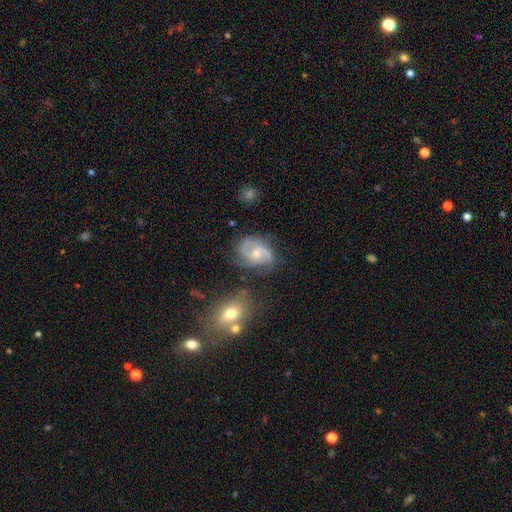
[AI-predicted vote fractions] Smooth or featured? Predicted: featured or disk (p=0.79). Edge-on disk? Predicted: no (p=0.97). Bar? Predicted: no (p=0.56). Spiral arms? Predicted: yes (p=0.95). Spiral winding? Predicted: medium (p=0.48). Spiral arm count? Predicted: 2 (p=0.57). Bulge size? Predicted: moderate (p=0.51). Merging? Predicted: none (p=0.71).